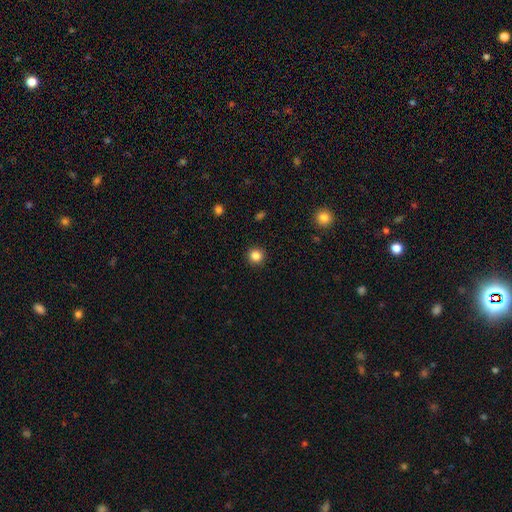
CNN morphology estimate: This is clearly a smooth galaxy (85%). How rounded: clearly round (95%). Merging: clearly none (93%).